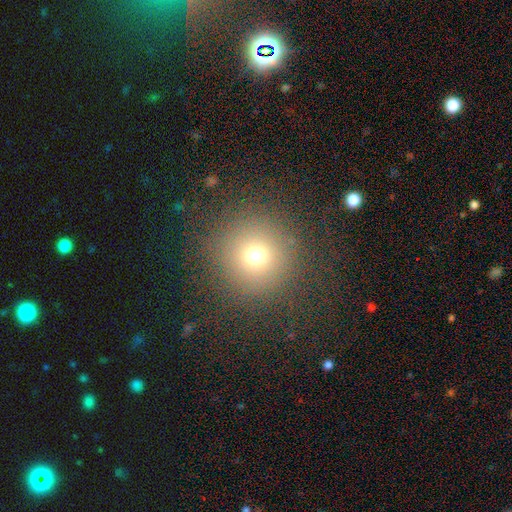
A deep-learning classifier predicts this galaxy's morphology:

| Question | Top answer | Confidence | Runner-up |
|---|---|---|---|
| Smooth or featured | smooth | 71% | star or artifact (19%) |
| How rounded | round | 95% | in between (4%) |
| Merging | none | 88% | minor disturbance (7%) |